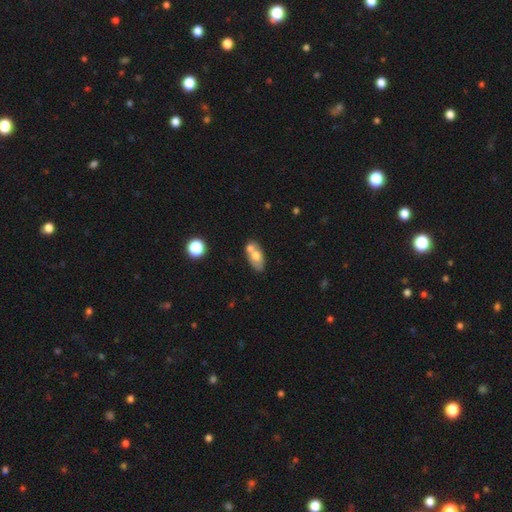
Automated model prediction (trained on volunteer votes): A smooth galaxy with no disk features (62%) that is in between round and cigar-shaped (86%).

Vote fractions:
- Smooth or featured? smooth: 62% / featured or disk: 29% / star or artifact: 8%
- How rounded? in between: 86% / round: 10% / cigar-shaped: 4%
- Merging? none: 42% (tied) / merger: 42% (tied) / minor disturbance: 12% / major disturbance: 4%